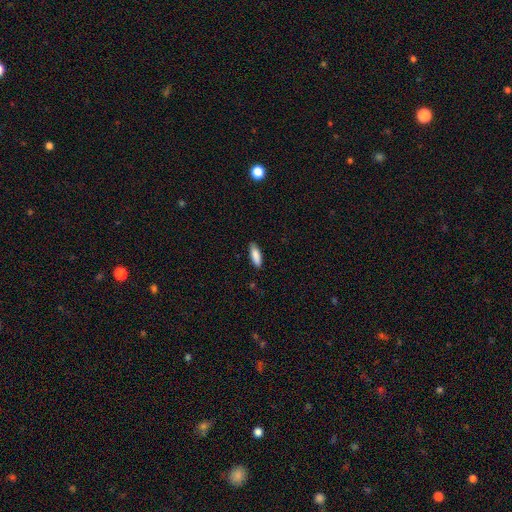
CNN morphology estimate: smooth-or-featured: smooth: 87% | featured or disk: 7% | star or artifact: 6%
  how-rounded: in between: 57% | cigar-shaped: 41% | round: 2%
  merging: none: 85% | minor disturbance: 12% | major disturbance: 2% | merger: 1%